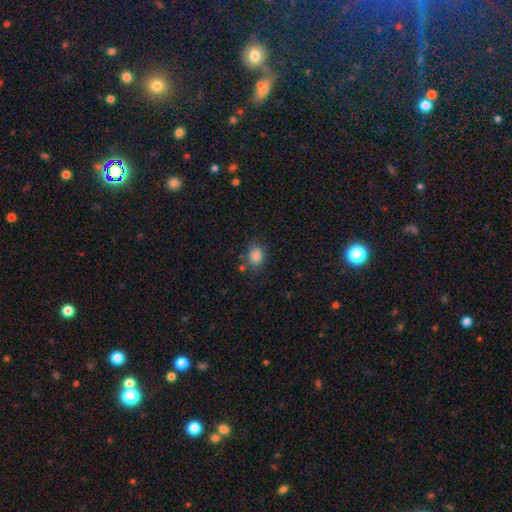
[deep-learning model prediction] Morphology: type=smooth (85%); roundness=round (50%); merging=none (72%).